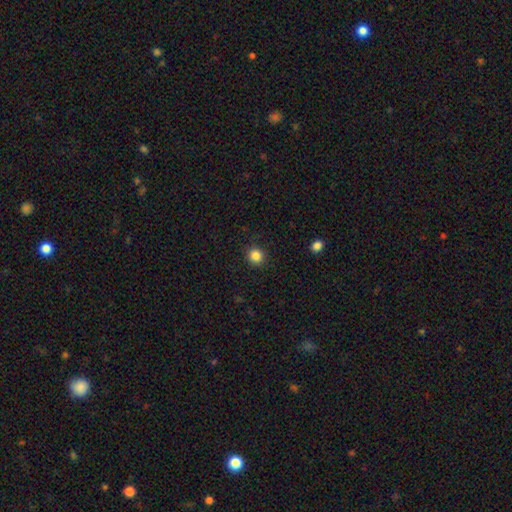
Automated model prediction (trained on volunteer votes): Overall: smooth (85%). How rounded: round (92%). Merging: none (91%).